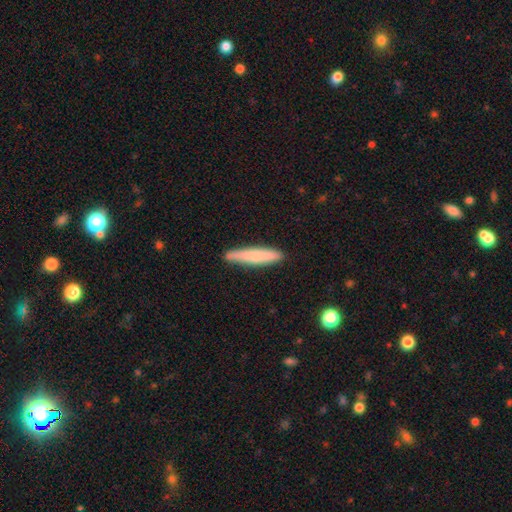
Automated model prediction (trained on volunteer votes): Smooth or featured?
  - smooth: 73% *
  - featured or disk: 21%
  - star or artifact: 6%
How rounded?
  - cigar-shaped: 92% *
  - in between: 6%
  - round: 1%
Merging?
  - none: 86% *
  - minor disturbance: 11%
  - major disturbance: 2%
  - merger: 2%